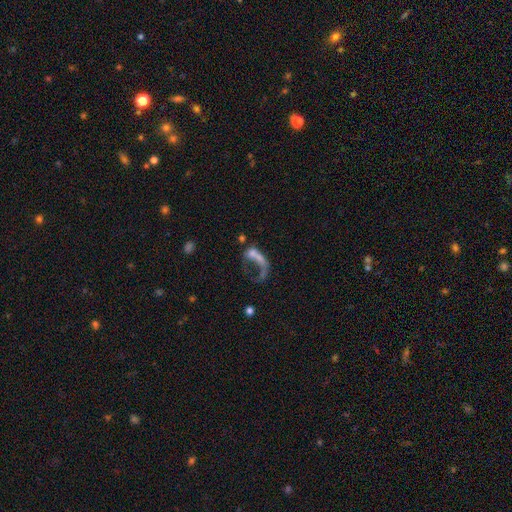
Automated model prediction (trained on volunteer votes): Smooth or featured?
  - featured or disk: 45% *
  - smooth: 41%
  - star or artifact: 14%
Merging?
  - major disturbance: 55% *
  - none: 18%
  - merger: 17%
  - minor disturbance: 9%